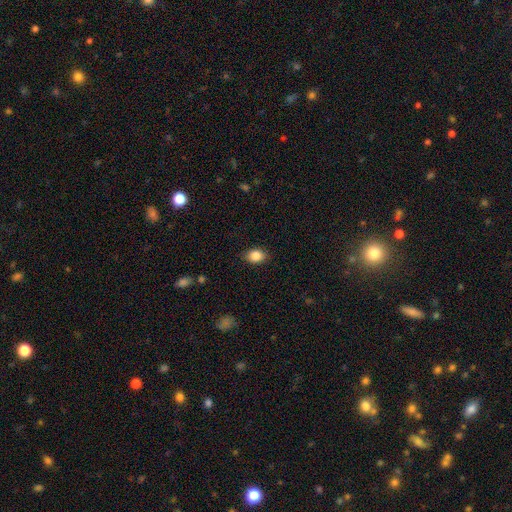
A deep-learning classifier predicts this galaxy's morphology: Smooth or featured: smooth — 87% (star or artifact — 8%)
How rounded: in between — 72% (round — 27%)
Merging: none — 87% (minor disturbance — 10%)